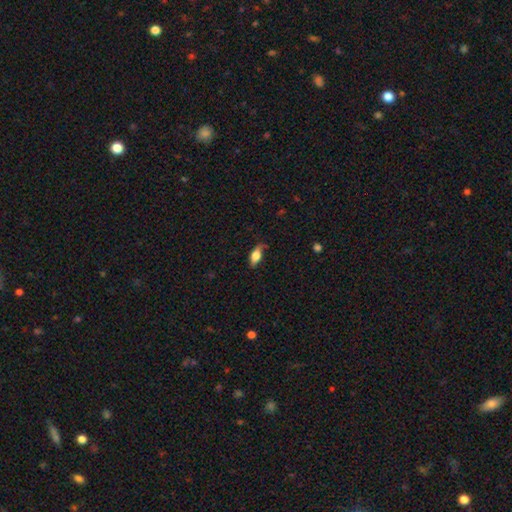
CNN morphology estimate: type=smooth (67%); roundness=in between (81%); merging=none (67%).